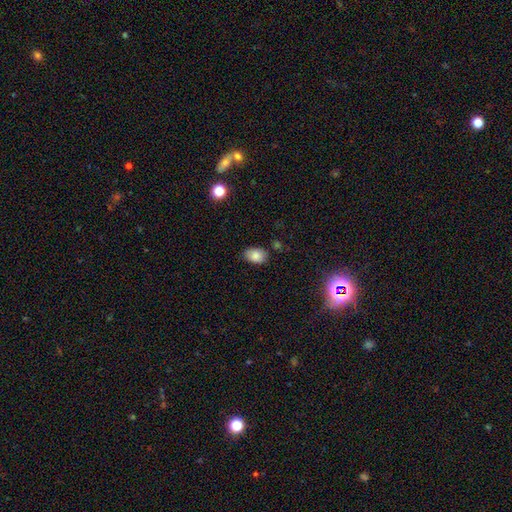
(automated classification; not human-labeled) Q: Smooth or featured?
A: smooth (84%); runner-up: star or artifact (9%)
Q: How rounded?
A: in between (84%); runner-up: round (14%)
Q: Merging?
A: none (79%); runner-up: minor disturbance (16%)